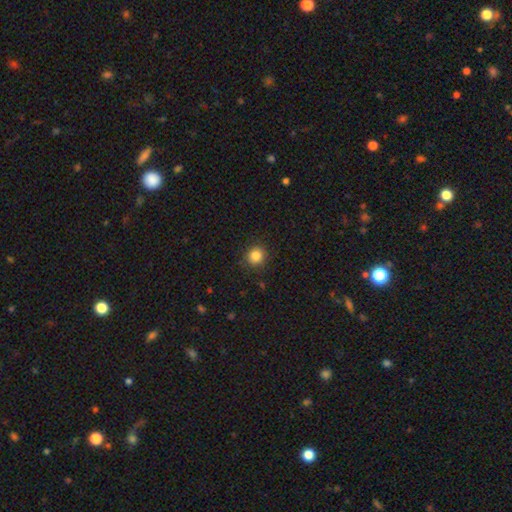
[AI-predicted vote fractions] This is clearly a smooth galaxy (85%). How rounded: clearly round (91%). Merging: clearly none (90%).